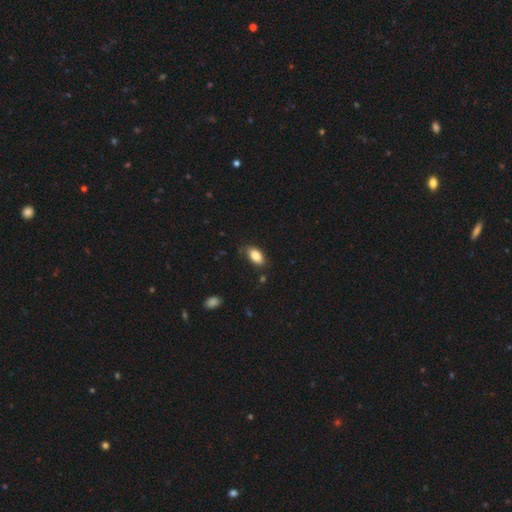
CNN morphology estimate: smooth 85%, featured or disk 8%, star or artifact 7%. Down the decision tree: how rounded — in between (92%); merging — none (75%).